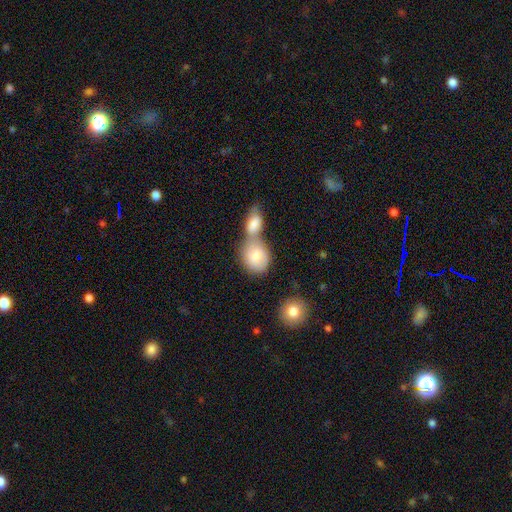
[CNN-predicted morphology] This is likely a smooth galaxy (76%). How rounded: possibly round (50%). Merging: possibly merger (59%).